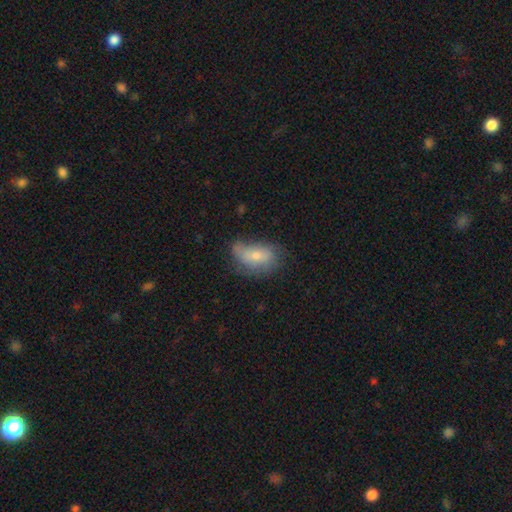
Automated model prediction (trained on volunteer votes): Smooth or featured? smooth (58%)
How rounded? in between (88%)
Merging? none (48%)